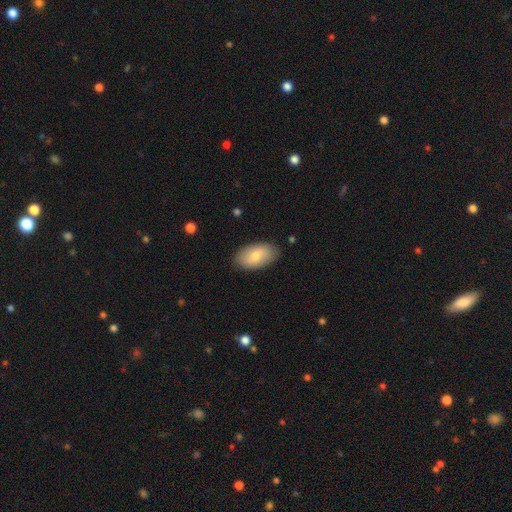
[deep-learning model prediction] This appears to be a smooth galaxy with no disk features (76%) that is in between round and cigar-shaped (95%). Merging: none (85%).